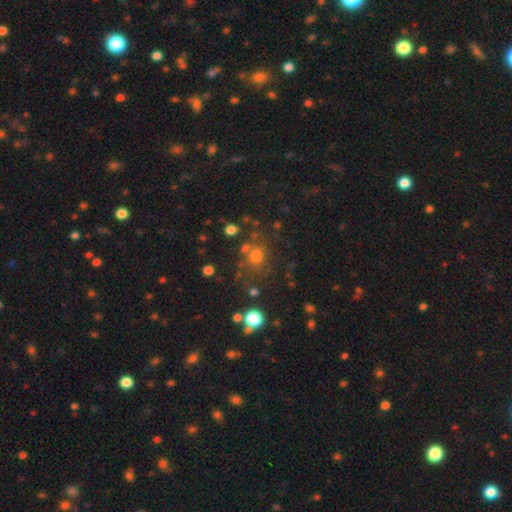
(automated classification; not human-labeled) Overall: smooth (67%). How rounded: round (79%). Merging: none (69%).